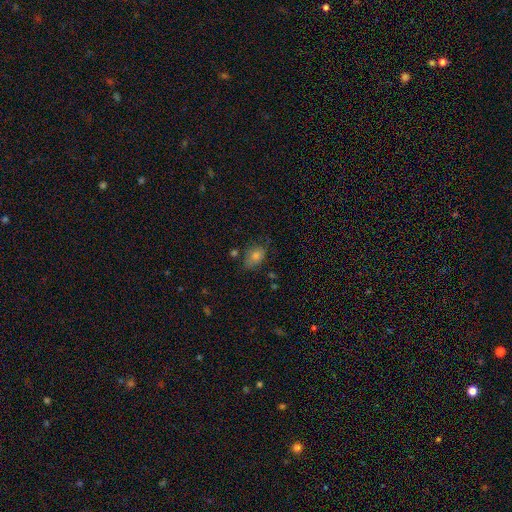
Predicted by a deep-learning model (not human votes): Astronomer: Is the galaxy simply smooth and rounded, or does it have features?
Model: smooth — 64%.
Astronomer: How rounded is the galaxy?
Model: in between — 71%.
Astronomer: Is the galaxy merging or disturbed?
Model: none — 66%.